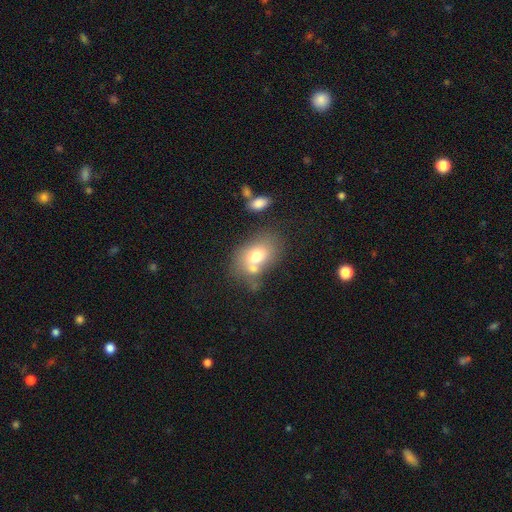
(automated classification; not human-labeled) A smooth galaxy with no disk features (69%) that is in between round and cigar-shaped (76%).

Vote fractions:
- Smooth or featured? smooth: 69% / featured or disk: 22% / star or artifact: 10%
- How rounded? in between: 76% / round: 22% / cigar-shaped: 1%
- Merging? none: 38% / merger: 37% / minor disturbance: 17% / major disturbance: 9%